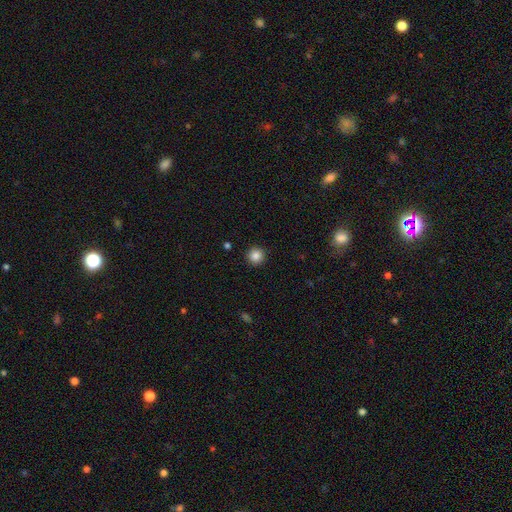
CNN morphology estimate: smooth-or-featured: smooth: 85% | star or artifact: 10% | featured or disk: 4%
  how-rounded: round: 95% | in between: 4% | cigar-shaped: 1%
  merging: none: 93% | minor disturbance: 5% | major disturbance: 2% | merger: 1%